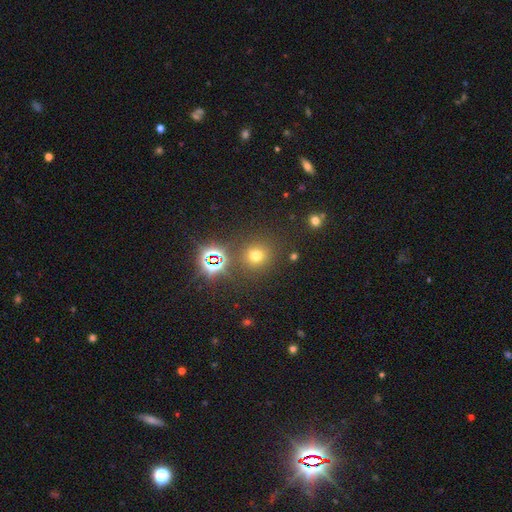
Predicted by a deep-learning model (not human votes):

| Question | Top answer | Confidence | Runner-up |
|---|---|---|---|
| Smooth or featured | smooth | 62% | star or artifact (30%) |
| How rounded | round | 87% | in between (12%) |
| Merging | none | 82% | minor disturbance (8%) |